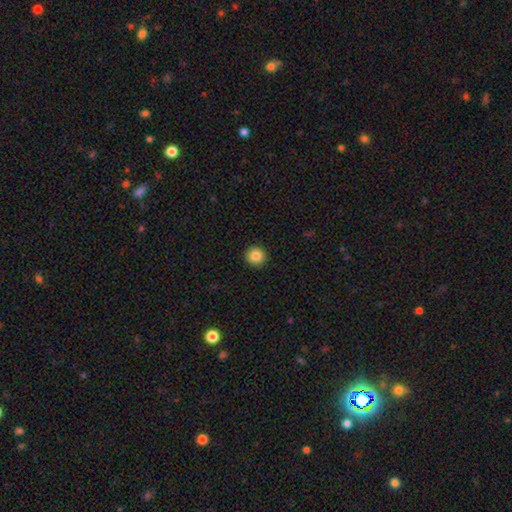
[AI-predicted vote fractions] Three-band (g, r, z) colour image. It shows a smooth galaxy with no disk features (86%) that is round (94%). Merging: none (92%).